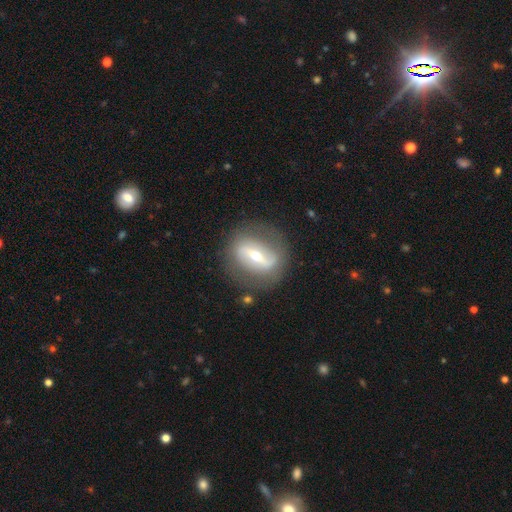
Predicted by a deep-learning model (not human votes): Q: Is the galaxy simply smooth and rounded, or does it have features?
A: featured or disk — 75%.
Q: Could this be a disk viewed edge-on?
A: no — 83%.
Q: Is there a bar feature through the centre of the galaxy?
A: strong — 67%.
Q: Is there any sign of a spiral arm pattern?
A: yes — 55%.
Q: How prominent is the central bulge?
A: moderate — 52%.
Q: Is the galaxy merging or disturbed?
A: none — 77%.